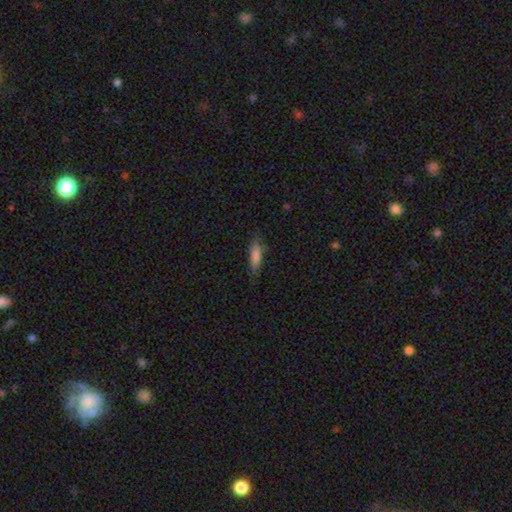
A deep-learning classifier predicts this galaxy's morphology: Q: Smooth or featured?
A: smooth (77%); runner-up: featured or disk (16%)
Q: How rounded?
A: cigar-shaped (61%); runner-up: in between (37%)
Q: Merging?
A: none (74%); runner-up: minor disturbance (20%)